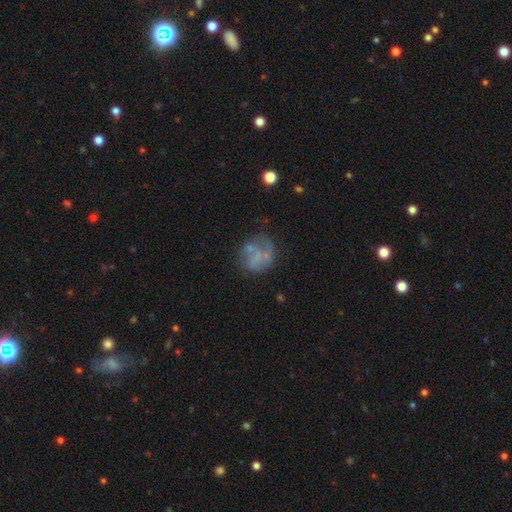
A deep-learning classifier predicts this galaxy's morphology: smooth_or_featured: featured or disk (p=0.48) [alt: smooth p=0.39]
merging: none (p=0.46) [alt: major disturbance p=0.25]